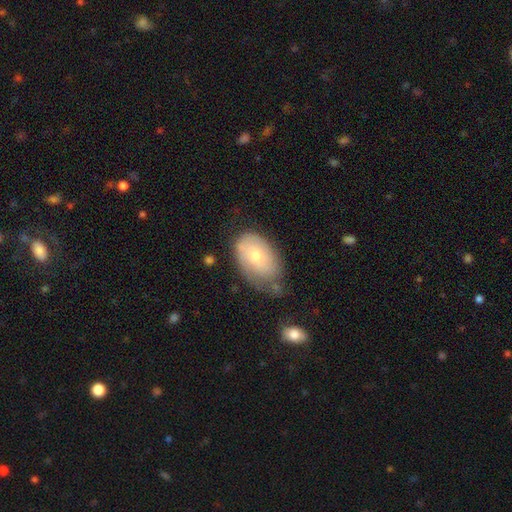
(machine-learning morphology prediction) Overall: smooth (57%; featured or disk 36%). How rounded: in between (88%). Merging: none (45%; minor disturbance 35%).